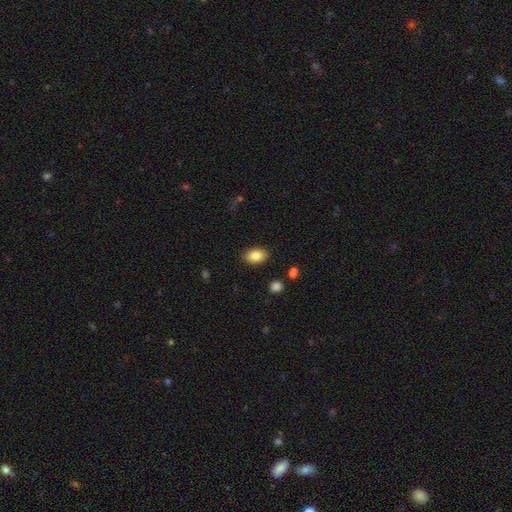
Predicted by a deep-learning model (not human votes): Morphology: type=smooth (85%); roundness=in between (87%); merging=none (87%).